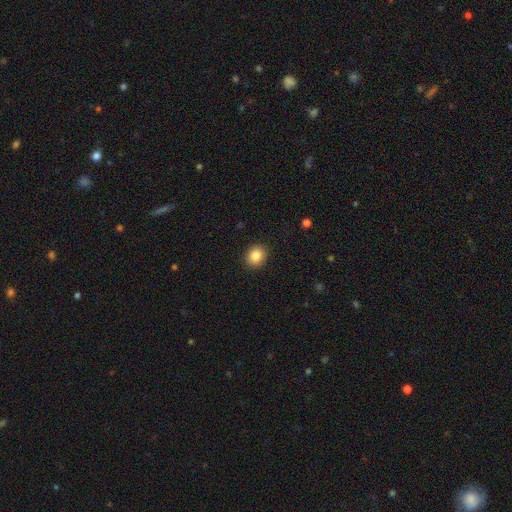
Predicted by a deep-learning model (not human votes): smooth-or-featured: smooth: 85% | star or artifact: 9% | featured or disk: 5%
  how-rounded: round: 67% | in between: 32% | cigar-shaped: 1%
  merging: none: 90% | minor disturbance: 7% | major disturbance: 2% | merger: 1%